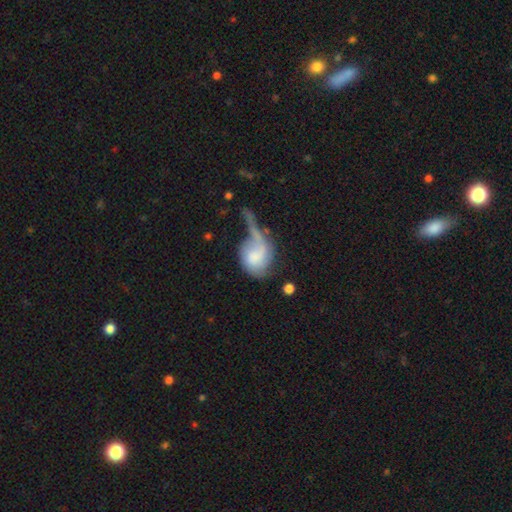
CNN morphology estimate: Smooth or featured? smooth (47%)
Merging? major disturbance (49%)